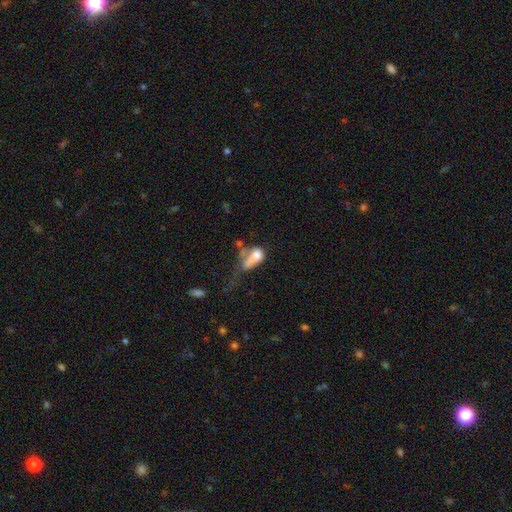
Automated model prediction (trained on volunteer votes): Overall: smooth (61%; featured or disk 28%). How rounded: in between (73%). Merging: major disturbance (41%; merger 32%).